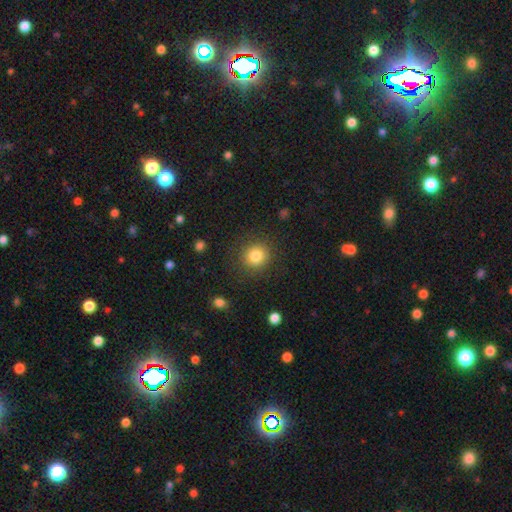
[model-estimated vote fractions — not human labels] Smooth or featured?
  - smooth: 83% *
  - star or artifact: 11%
  - featured or disk: 6%
How rounded?
  - round: 89% *
  - in between: 10%
  - cigar-shaped: 1%
Merging?
  - none: 87% *
  - minor disturbance: 8%
  - major disturbance: 4%
  - merger: 1%